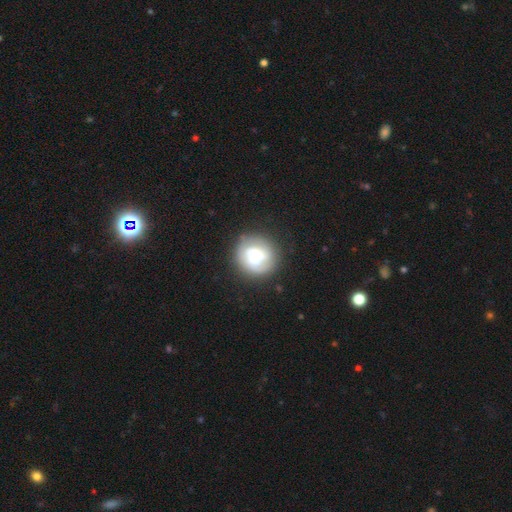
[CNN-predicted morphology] featured or disk 55%, smooth 38%, star or artifact 7%. Down the decision tree: edge-on disk — no (97%); bar — no (70%); spiral arms — yes (74%); bulge size — moderate (46%); merging — none (78%).